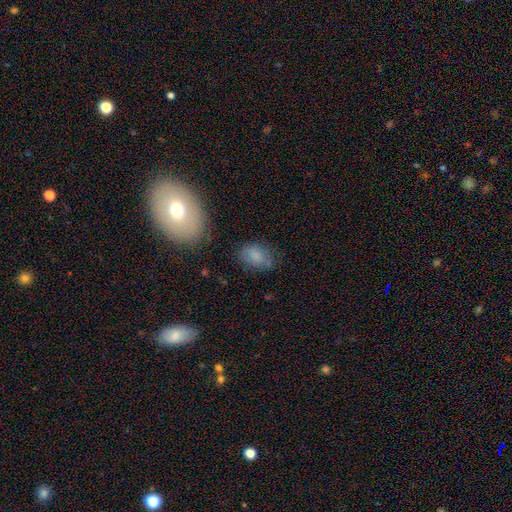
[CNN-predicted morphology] This is likely a smooth galaxy (79%). How rounded: clearly in between (86%). Merging: likely none (66%).